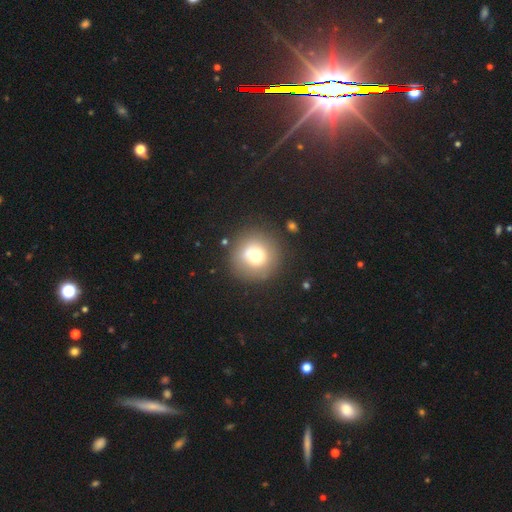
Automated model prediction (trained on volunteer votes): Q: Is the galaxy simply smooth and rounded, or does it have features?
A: smooth — 69%.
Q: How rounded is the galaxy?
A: round — 95%.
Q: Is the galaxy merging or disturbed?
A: none — 81%.